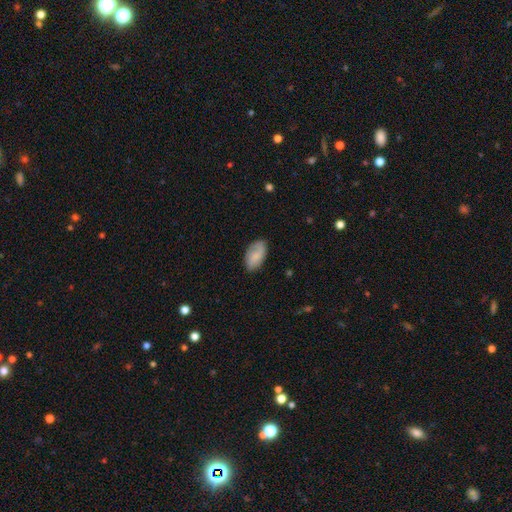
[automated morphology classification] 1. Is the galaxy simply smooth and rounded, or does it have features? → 69% smooth, 24% featured or disk, 7% star or artifact.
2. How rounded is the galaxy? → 94% in between, 4% round, 2% cigar-shaped.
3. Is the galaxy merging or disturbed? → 77% none, 18% minor disturbance, 4% major disturbance, 1% merger.